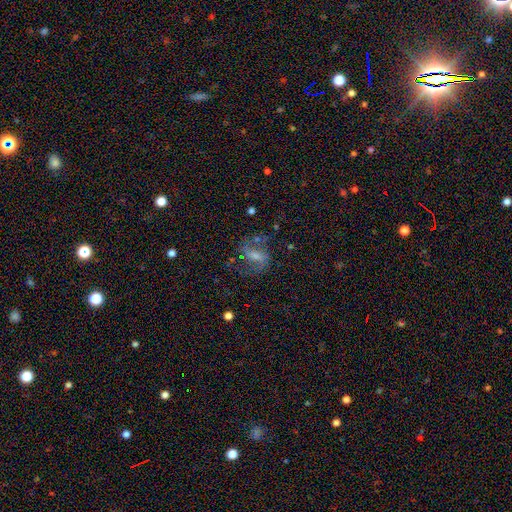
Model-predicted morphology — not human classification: A featured or disk galaxy (62%) with a weak bar (45%), spiral arms (79%) and a moderate central bulge (39%). Merging: none (55%).